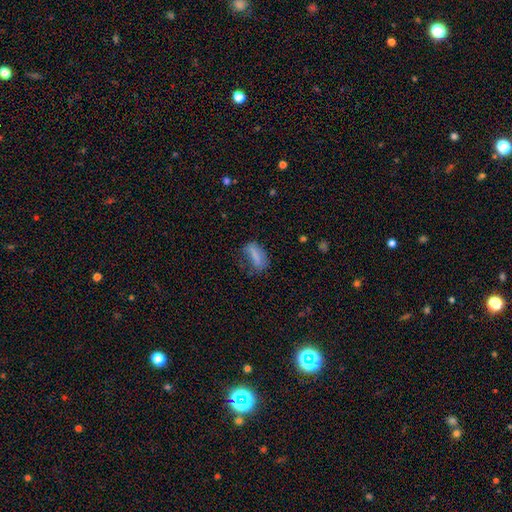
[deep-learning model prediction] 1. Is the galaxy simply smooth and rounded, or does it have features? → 71% smooth, 19% featured or disk, 10% star or artifact.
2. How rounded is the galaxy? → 66% in between, 29% cigar-shaped, 5% round.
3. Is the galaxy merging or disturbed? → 50% none, 29% minor disturbance, 18% major disturbance, 3% merger.